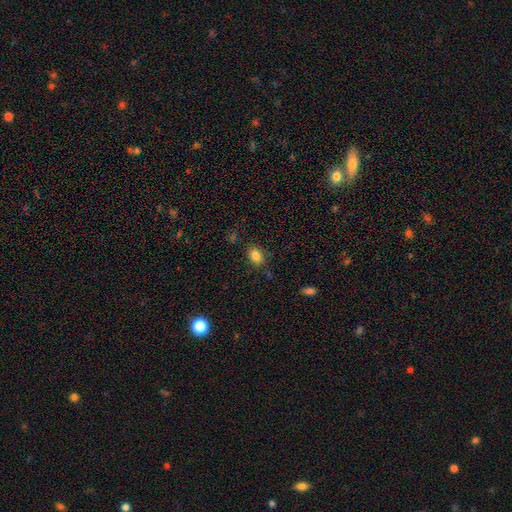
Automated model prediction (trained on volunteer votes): Smooth or featured: smooth — 84% (star or artifact — 10%)
How rounded: in between — 69% (round — 30%)
Merging: none — 81% (minor disturbance — 13%)